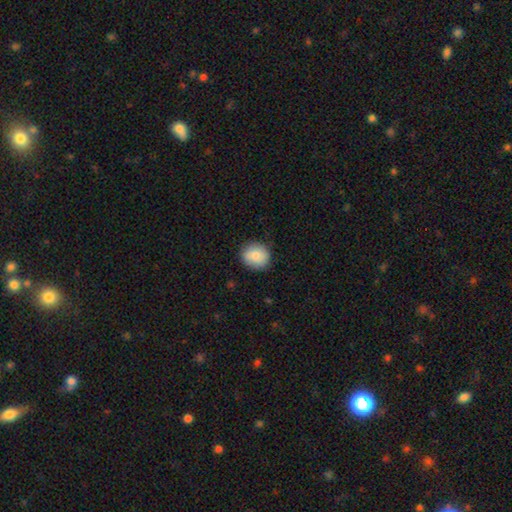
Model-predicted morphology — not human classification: This appears to be a smooth galaxy with no disk features (86%) that is round (83%). Merging: none (87%).